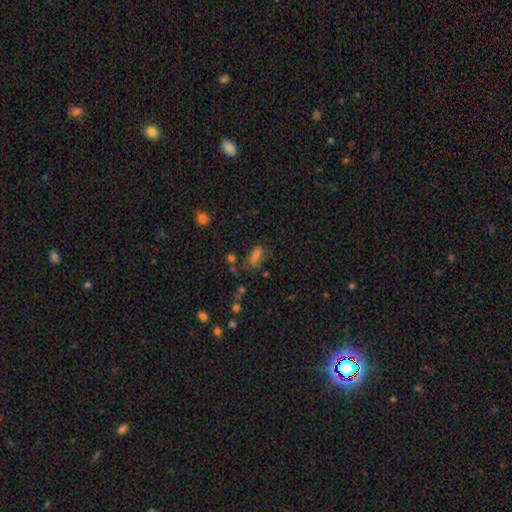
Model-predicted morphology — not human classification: Q: Smooth or featured?
A: smooth (66%); runner-up: star or artifact (23%)
Q: How rounded?
A: in between (76%); runner-up: cigar-shaped (17%)
Q: Merging?
A: none (67%); runner-up: minor disturbance (20%)